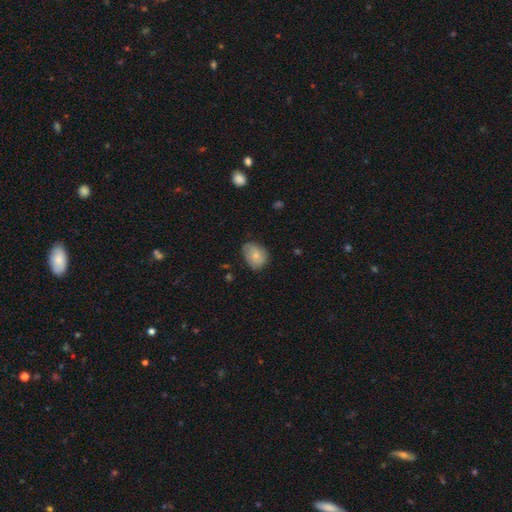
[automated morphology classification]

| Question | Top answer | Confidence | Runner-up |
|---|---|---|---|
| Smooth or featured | smooth | 70% | featured or disk (23%) |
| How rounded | in between | 67% | round (32%) |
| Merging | none | 68% | minor disturbance (26%) |